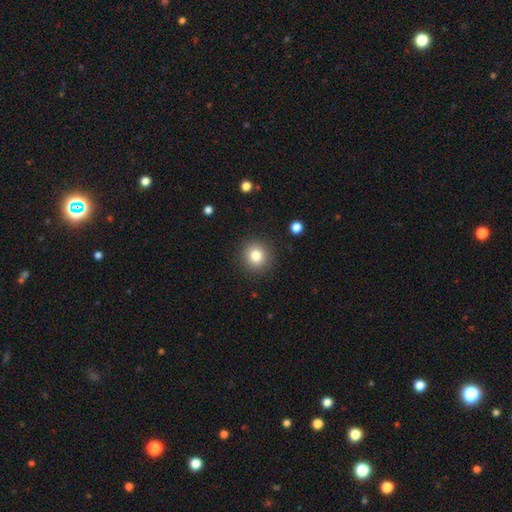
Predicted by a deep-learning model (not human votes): A smooth galaxy with no disk features (81%) that is round (92%).

Vote fractions:
- Smooth or featured? smooth: 81% / star or artifact: 11% / featured or disk: 8%
- How rounded? round: 92% / in between: 7% / cigar-shaped: 1%
- Merging? none: 90% / minor disturbance: 6% / major disturbance: 2% / merger: 1%